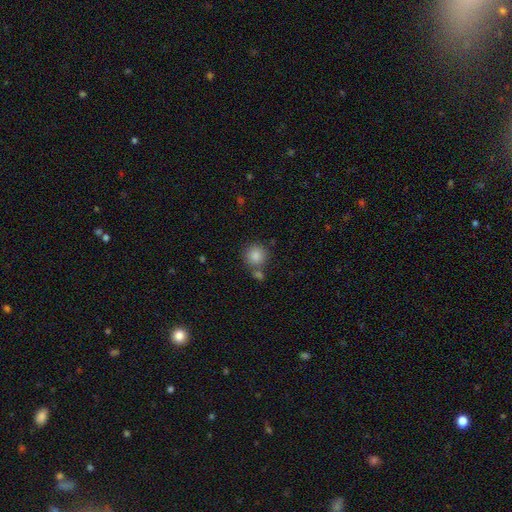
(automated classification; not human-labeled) smooth 86%, star or artifact 9%, featured or disk 5%. Down the decision tree: how rounded — round (91%); merging — none (68%).